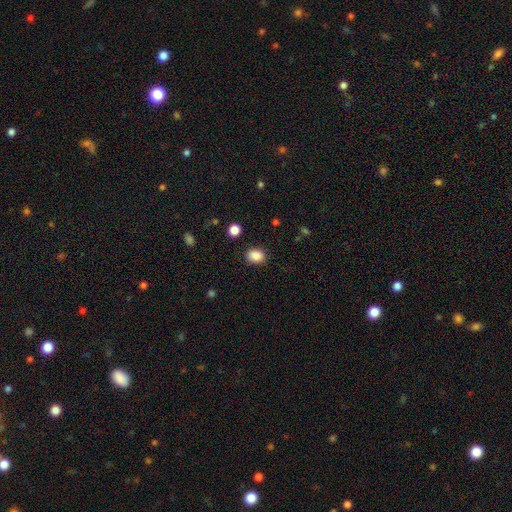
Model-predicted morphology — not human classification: Smooth or featured? smooth (88%)
How rounded? in between (57%)
Merging? none (86%)